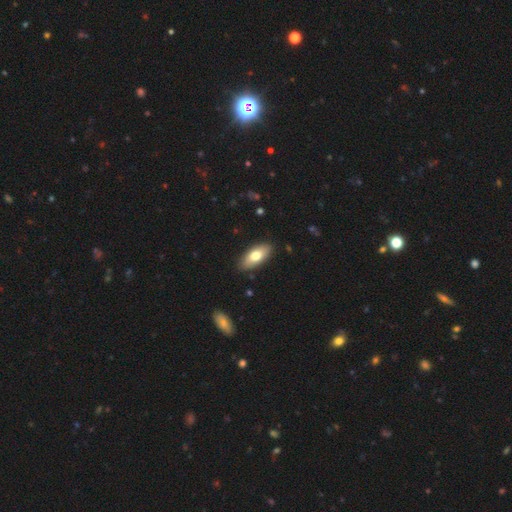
Smooth or featured?
  - smooth: 71% *
  - featured or disk: 21%
  - star or artifact: 8%
How rounded?
  - in between: 96% *
  - cigar-shaped: 4%
  - round: 0%
Merging?
  - none: 80% *
  - minor disturbance: 9%
  - major disturbance: 6%
  - merger: 6%